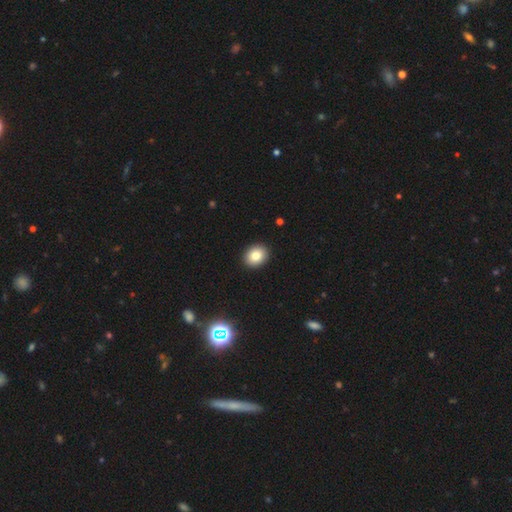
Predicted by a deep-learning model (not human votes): Overall: smooth (83%). How rounded: round (59%; in between 40%). Merging: none (92%).